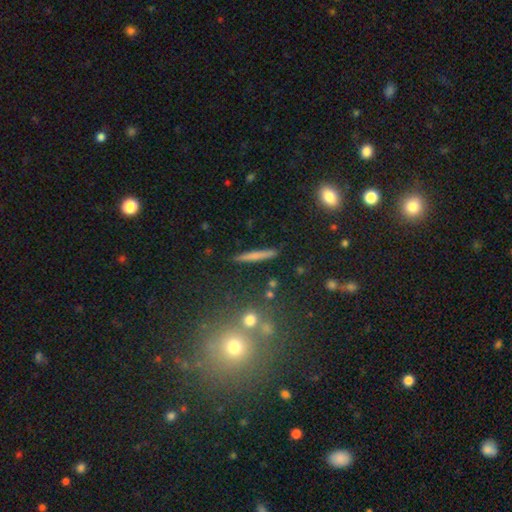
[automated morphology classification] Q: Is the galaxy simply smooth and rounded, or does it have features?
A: smooth — 59%.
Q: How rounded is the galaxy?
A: cigar-shaped — 92%.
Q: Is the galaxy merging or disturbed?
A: none — 89%.